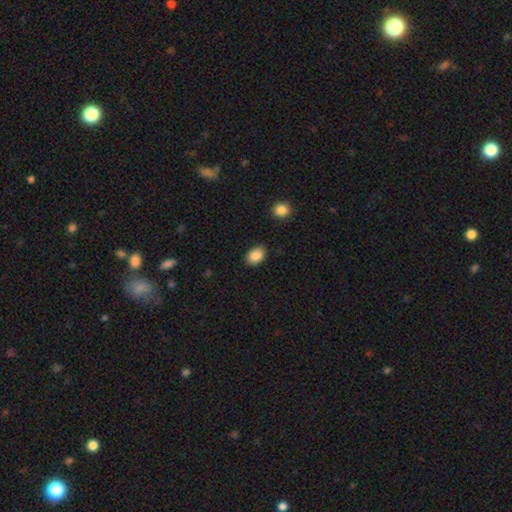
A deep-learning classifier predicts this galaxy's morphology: Smooth or featured? smooth (88%)
How rounded? in between (80%)
Merging? none (87%)